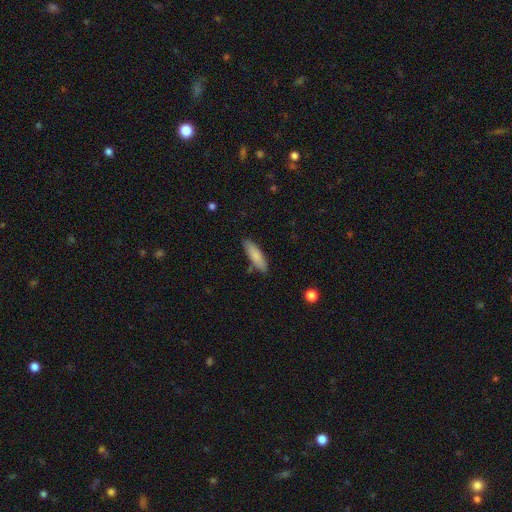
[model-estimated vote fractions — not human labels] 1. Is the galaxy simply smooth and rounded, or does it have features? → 83% smooth, 12% featured or disk, 6% star or artifact.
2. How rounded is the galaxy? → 57% cigar-shaped, 41% in between, 2% round.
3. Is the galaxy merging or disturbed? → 83% none, 12% minor disturbance, 3% merger, 2% major disturbance.